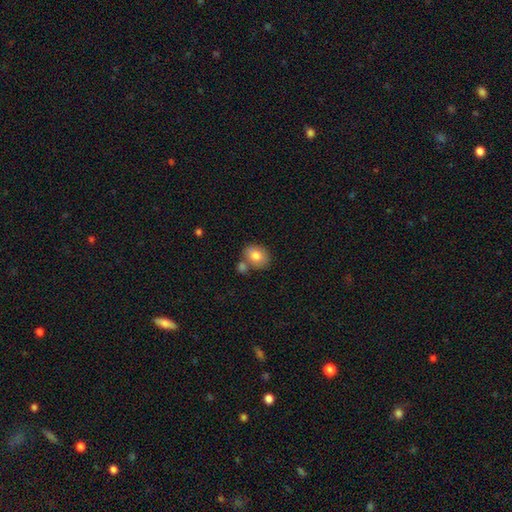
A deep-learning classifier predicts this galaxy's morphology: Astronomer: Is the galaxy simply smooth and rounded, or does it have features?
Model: smooth — 79%.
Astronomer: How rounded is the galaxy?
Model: in between — 50% (runner-up: round, 49%).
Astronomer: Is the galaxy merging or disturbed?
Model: none — 60%.